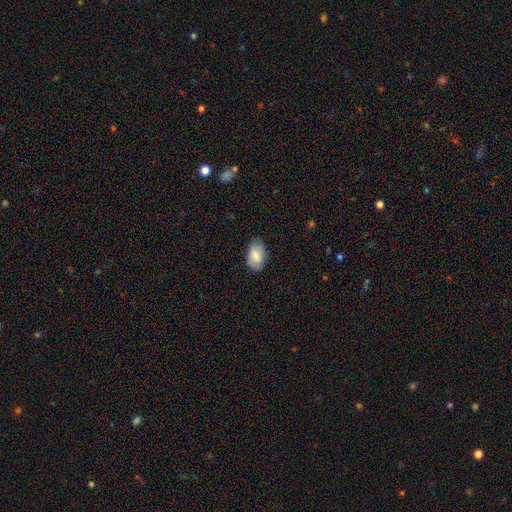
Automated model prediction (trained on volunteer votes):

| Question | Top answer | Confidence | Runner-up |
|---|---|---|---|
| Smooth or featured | smooth | 79% | featured or disk (15%) |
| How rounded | in between | 93% | round (5%) |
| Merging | none | 77% | minor disturbance (19%) |